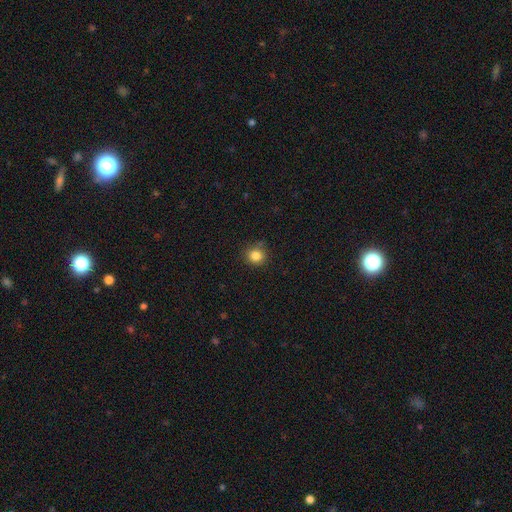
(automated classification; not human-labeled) A smooth galaxy with no disk features (84%) that is round (89%).

Vote fractions:
- Smooth or featured? smooth: 84% / star or artifact: 12% / featured or disk: 5%
- How rounded? round: 89% / in between: 10% / cigar-shaped: 1%
- Merging? none: 80% / minor disturbance: 15% / major disturbance: 3% / merger: 2%